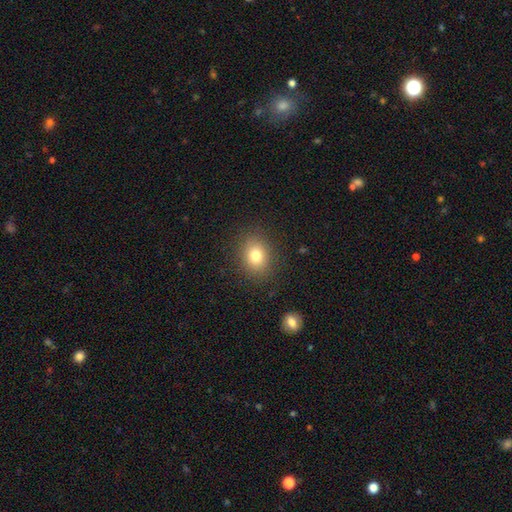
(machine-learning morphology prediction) Smooth or featured? smooth (79%)
How rounded? round (52%)
Merging? none (87%)